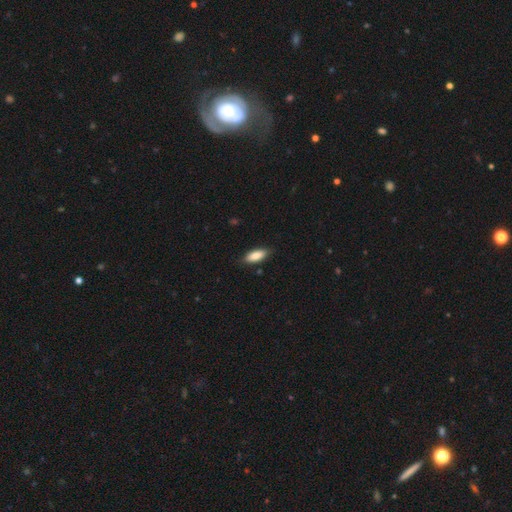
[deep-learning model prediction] Morphology: type=smooth (86%); roundness=in between (78%); merging=none (84%).